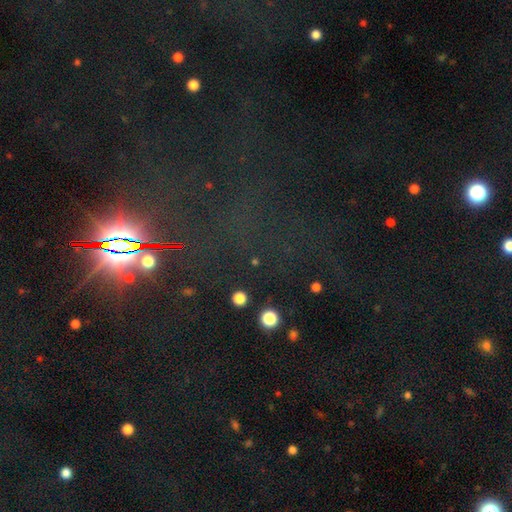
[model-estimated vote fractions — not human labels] This appears to be a star or artifact, not a galaxy (79%).